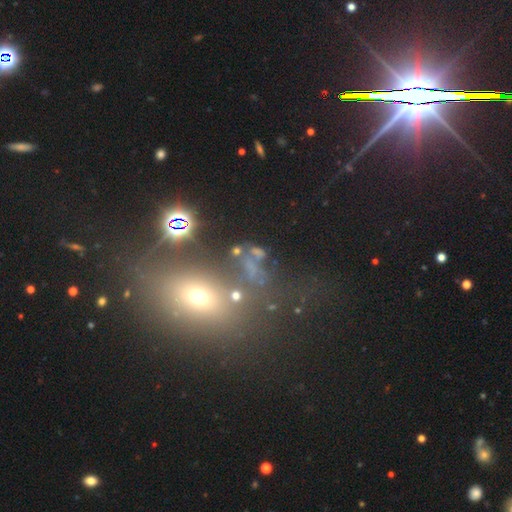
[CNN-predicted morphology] Q: Smooth or featured?
A: smooth (38%); runner-up: star or artifact (37%)
Q: Merging?
A: none (44%); runner-up: major disturbance (21%)